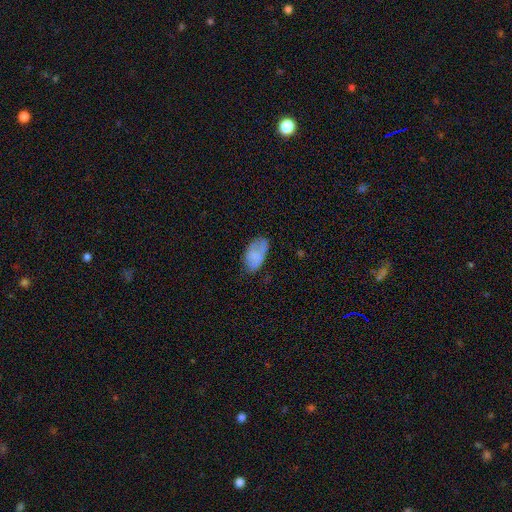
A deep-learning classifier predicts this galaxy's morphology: type=smooth (75%); roundness=in between (94%); merging=none (54%).